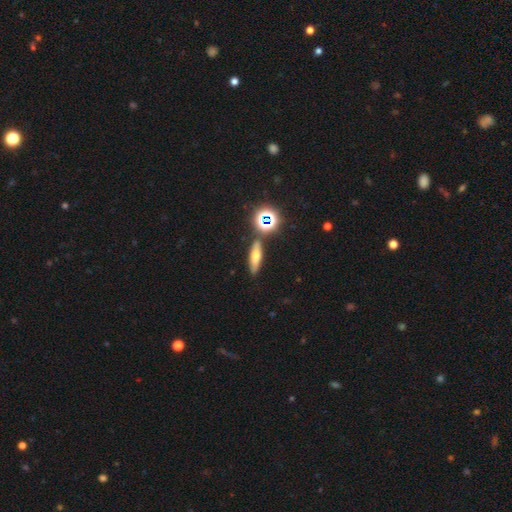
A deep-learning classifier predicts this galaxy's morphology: Smooth or featured?
  - smooth: 56% *
  - featured or disk: 24%
  - star or artifact: 19%
How rounded?
  - cigar-shaped: 53% *
  - in between: 36%
  - round: 10%
Merging?
  - none: 81% *
  - minor disturbance: 9%
  - merger: 7%
  - major disturbance: 3%